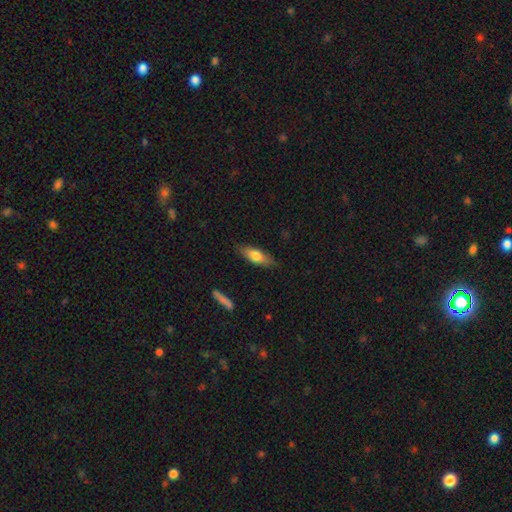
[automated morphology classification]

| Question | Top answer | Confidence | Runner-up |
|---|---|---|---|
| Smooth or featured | smooth | 68% | featured or disk (26%) |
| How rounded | in between | 55% | cigar-shaped (42%) |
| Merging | none | 83% | minor disturbance (13%) |